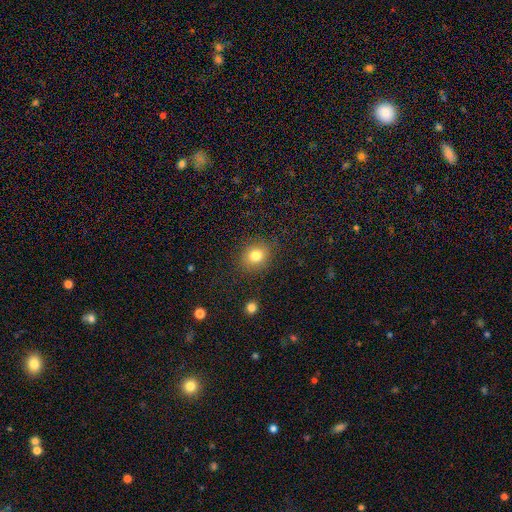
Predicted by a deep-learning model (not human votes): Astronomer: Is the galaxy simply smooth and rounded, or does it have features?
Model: smooth — 80%.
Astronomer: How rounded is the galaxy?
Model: round — 70%.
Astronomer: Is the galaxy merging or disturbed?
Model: none — 85%.